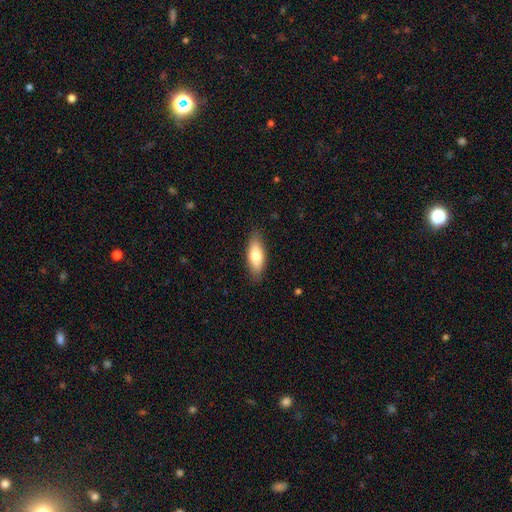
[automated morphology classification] smooth_or_featured: smooth (p=0.75) [alt: featured or disk p=0.19]
how_rounded: in between (p=0.67) [alt: cigar-shaped p=0.31]
merging: none (p=0.86) [alt: minor disturbance p=0.11]